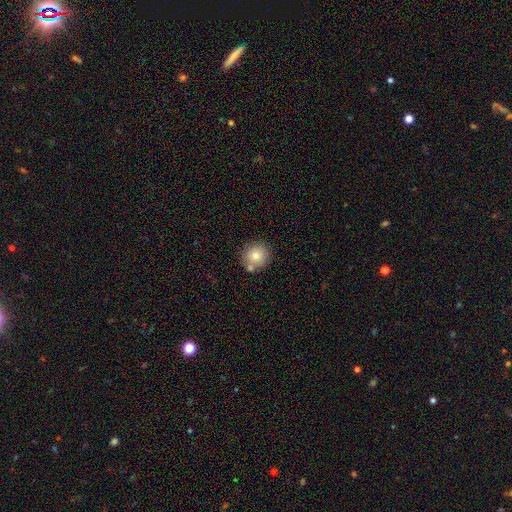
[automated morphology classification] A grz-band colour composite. It shows a smooth galaxy with no disk features (79%) that is round (89%). Merging: none (70%).